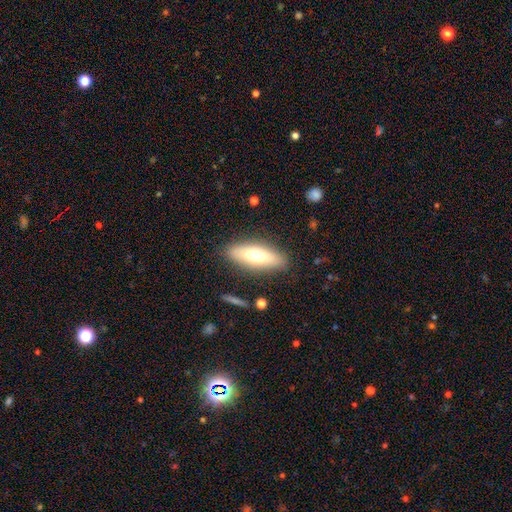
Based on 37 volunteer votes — Smooth or featured?
  - smooth: 65% *
  - featured or disk: 32%
  - star or artifact: 3%
How rounded?
  - in between: 58% *
  - cigar-shaped: 42%
  - round: 0%
Merging?
  - none: 89% *
  - minor disturbance: 8%
  - merger: 3%
  - major disturbance: 0%